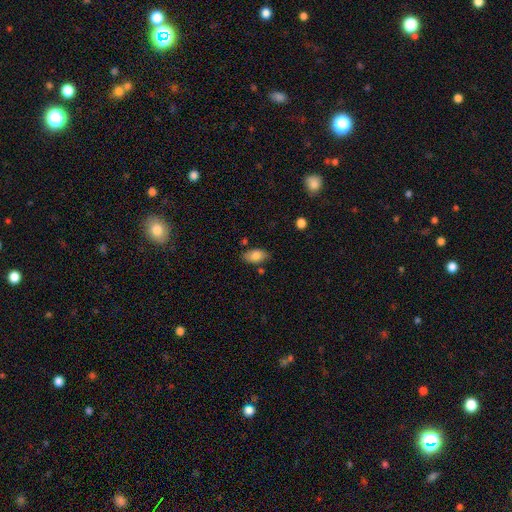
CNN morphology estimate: Smooth or featured? smooth (83%)
How rounded? in between (93%)
Merging? none (77%)